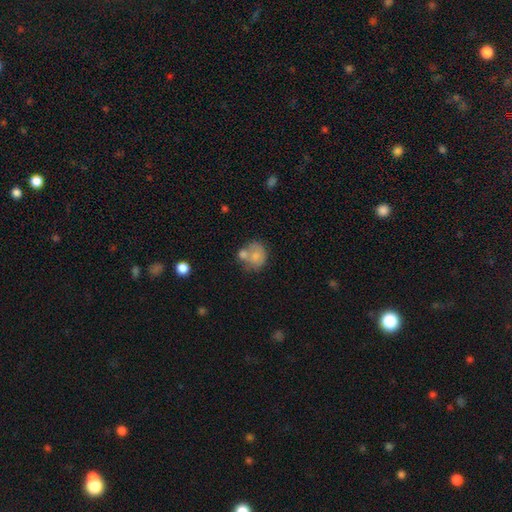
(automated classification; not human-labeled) smooth 70%, featured or disk 22%, star or artifact 8%. Down the decision tree: how rounded — round (64%); merging — merger (45%).